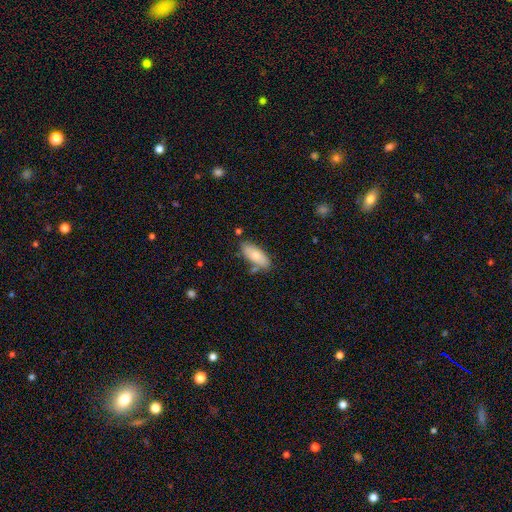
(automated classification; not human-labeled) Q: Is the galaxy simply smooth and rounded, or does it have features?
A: smooth — 73%.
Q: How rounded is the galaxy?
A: in between — 82%.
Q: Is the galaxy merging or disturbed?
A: none — 72%.